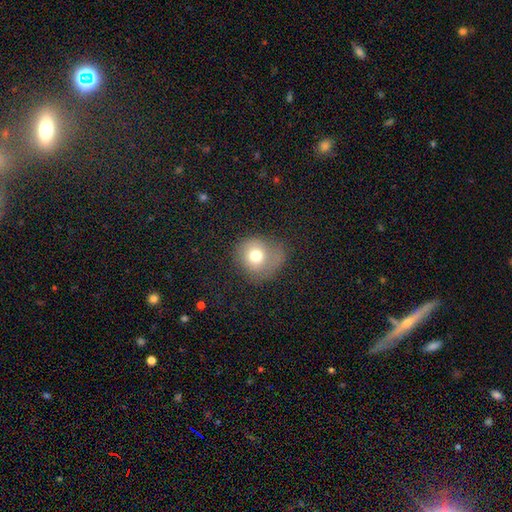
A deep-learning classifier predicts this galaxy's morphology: Smooth or featured? smooth (72%)
How rounded? round (83%)
Merging? none (48%)